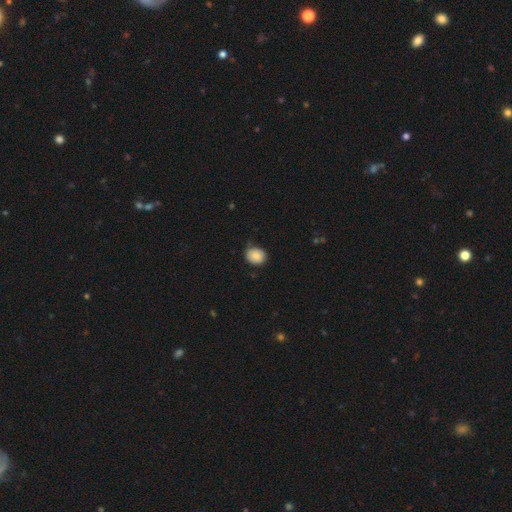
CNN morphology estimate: Overall: smooth (86%). How rounded: round (62%; in between 37%). Merging: none (75%).